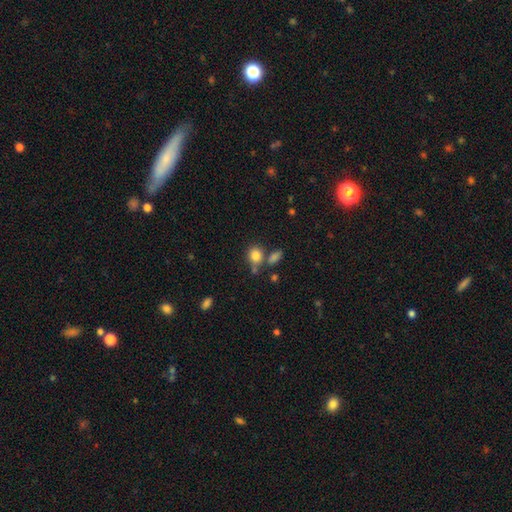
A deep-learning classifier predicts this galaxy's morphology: Smooth or featured? smooth (83%)
How rounded? round (57%)
Merging? none (60%)